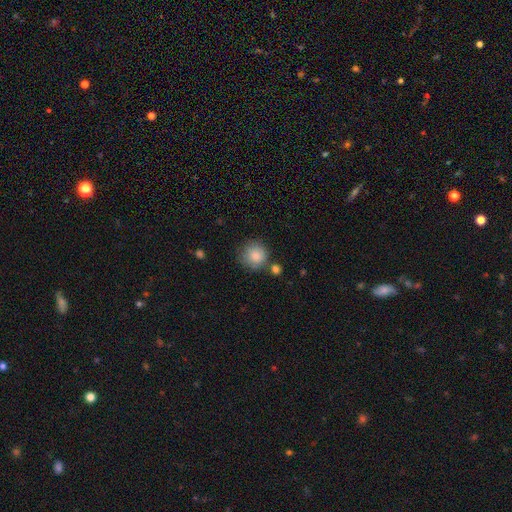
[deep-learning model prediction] Overall: smooth (85%). How rounded: round (91%). Merging: none (71%).